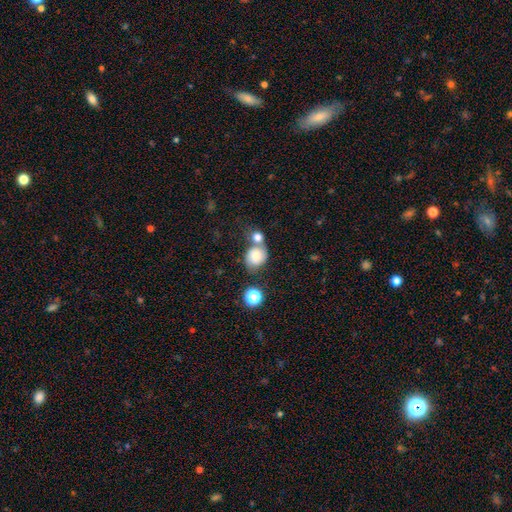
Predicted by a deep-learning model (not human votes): Morphology: type=smooth (73%); roundness=round (65%); merging=merger (41%).